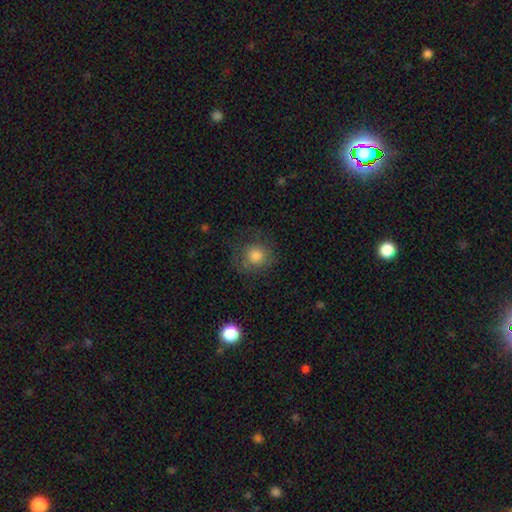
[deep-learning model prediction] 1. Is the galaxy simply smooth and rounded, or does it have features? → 77% smooth, 12% featured or disk, 11% star or artifact.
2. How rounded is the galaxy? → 88% round, 11% in between, 1% cigar-shaped.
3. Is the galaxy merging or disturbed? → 72% none, 16% minor disturbance, 10% major disturbance, 1% merger.